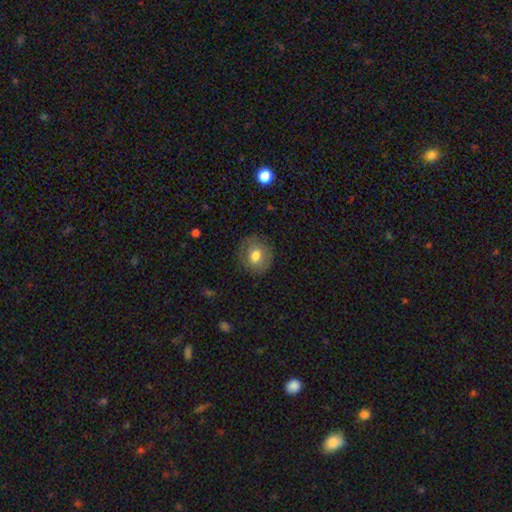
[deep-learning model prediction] The model was most divided on "smooth or featured": smooth: 70%, featured or disk: 22%, star or artifact: 8%. More confident: merging — none (82%); how rounded — round (75%).